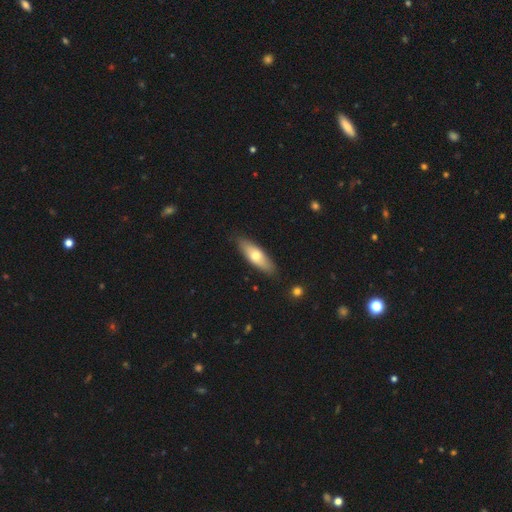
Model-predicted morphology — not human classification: Smooth or featured? smooth (62%)
How rounded? in between (56%)
Merging? none (86%)